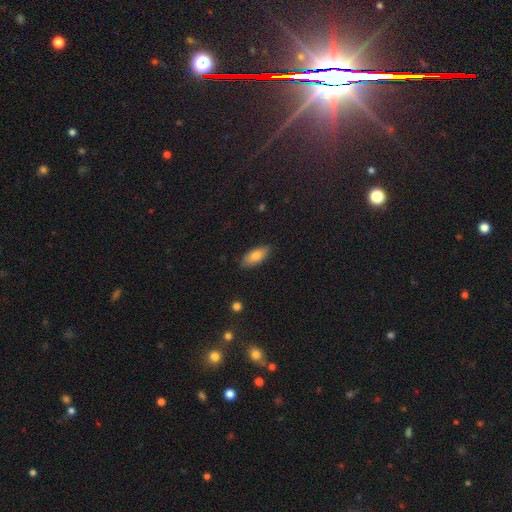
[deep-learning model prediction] Morphology: type=smooth (78%); roundness=in between (86%); merging=none (86%).